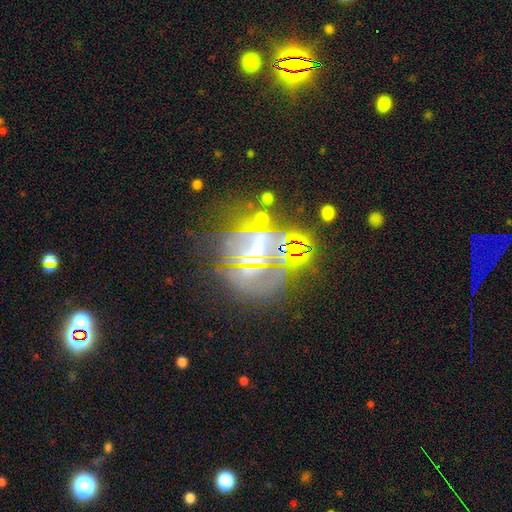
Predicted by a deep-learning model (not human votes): Smooth or featured?
  - star or artifact: 51% *
  - featured or disk: 33%
  - smooth: 16%